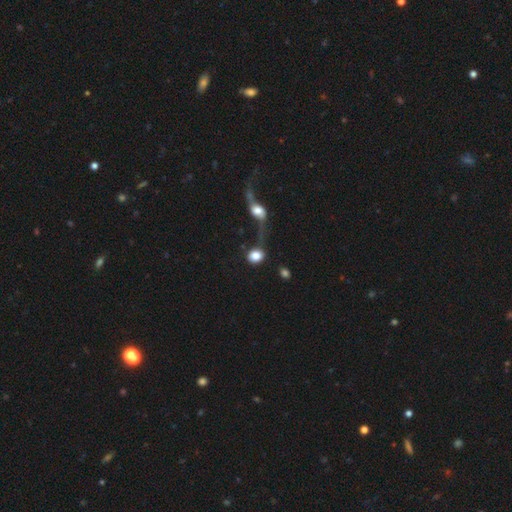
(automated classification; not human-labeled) smooth_or_featured: smooth (p=0.82) [alt: featured or disk p=0.11]
how_rounded: round (p=0.53) [alt: in between p=0.45]
merging: none (p=0.39) [alt: merger p=0.29]